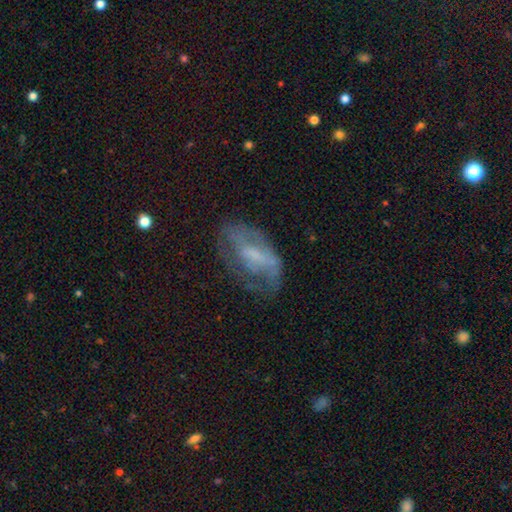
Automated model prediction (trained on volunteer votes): A featured or disk galaxy (57%) with no bar (42%), no spiral arms (51%) and no central bulge (37%). Merging: none (46%).